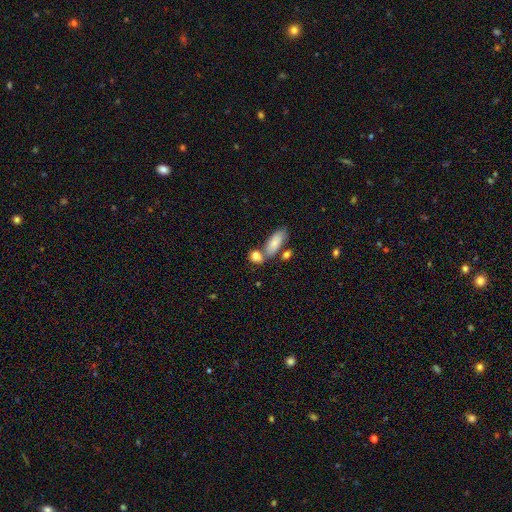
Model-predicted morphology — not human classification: The model was most divided on "merging": none: 50%, merger: 32%, minor disturbance: 13%, major disturbance: 5%. More confident: smooth or featured — smooth (81%); how rounded — in between (61%).